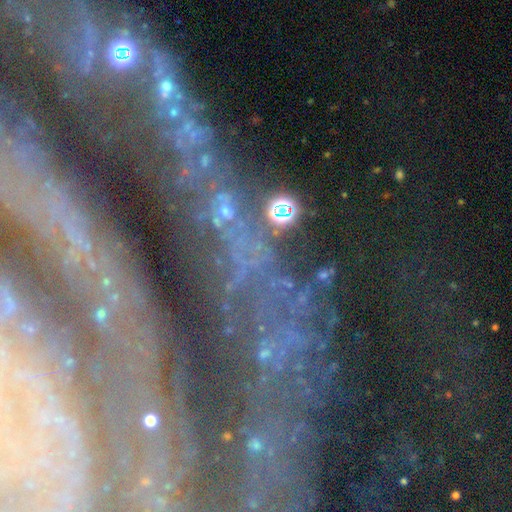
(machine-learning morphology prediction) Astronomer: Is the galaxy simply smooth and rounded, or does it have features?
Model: star or artifact — 52% (runner-up: featured or disk, 34%).